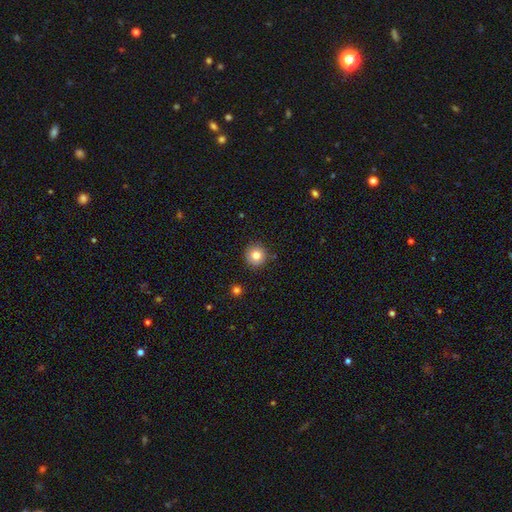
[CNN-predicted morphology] smooth 82%, star or artifact 10%, featured or disk 8%. Down the decision tree: how rounded — round (94%); merging — none (89%).